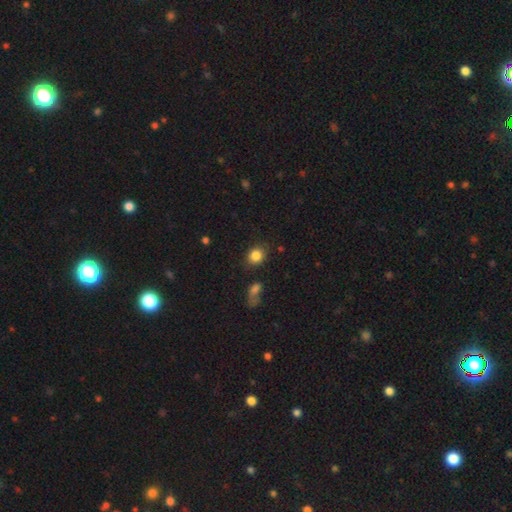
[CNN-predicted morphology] A smooth galaxy with no disk features (85%) that is round (63%). Merging: none (77%).